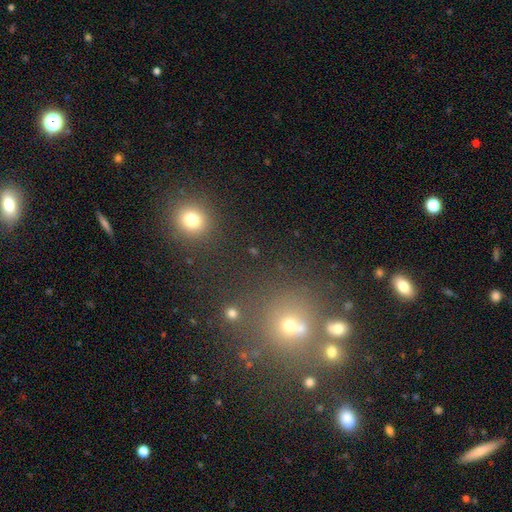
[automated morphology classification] A smooth galaxy with no disk features (49%).

Vote fractions:
- Smooth or featured? smooth: 49% / star or artifact: 42% / featured or disk: 10%
- Merging? none: 78% / merger: 10% / minor disturbance: 8% / major disturbance: 4%